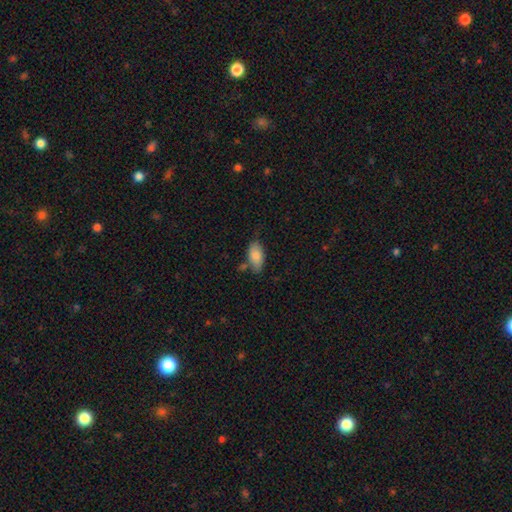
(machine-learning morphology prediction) A smooth galaxy with no disk features (83%) that is in between round and cigar-shaped (93%).

Vote fractions:
- Smooth or featured? smooth: 83% / featured or disk: 11% / star or artifact: 7%
- How rounded? in between: 93% / cigar-shaped: 4% / round: 3%
- Merging? none: 64% / minor disturbance: 23% / merger: 8% / major disturbance: 5%